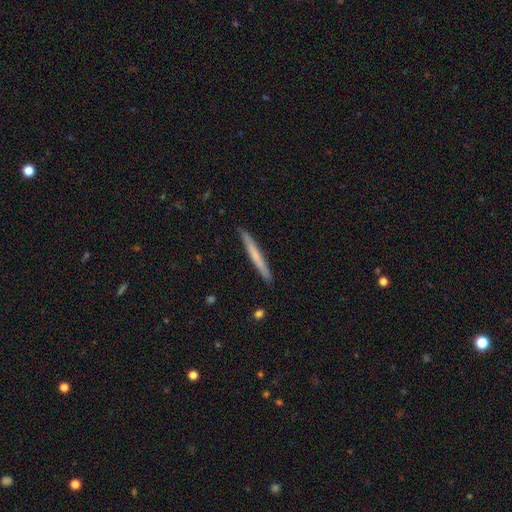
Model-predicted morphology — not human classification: This is possibly a smooth galaxy (59%). How rounded: clearly cigar-shaped (97%). Merging: clearly none (91%).